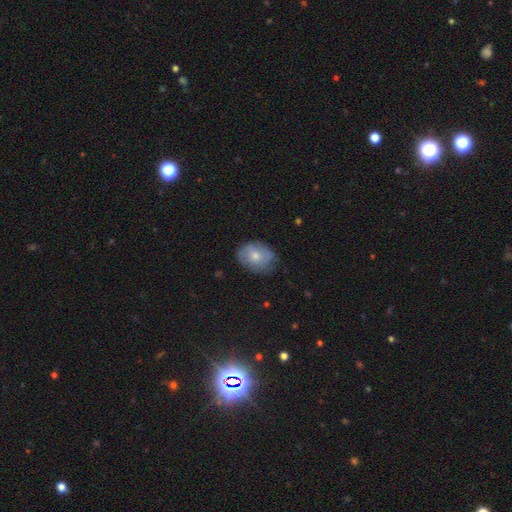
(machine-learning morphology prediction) A smooth galaxy with no disk features (63%) that is in between round and cigar-shaped (61%).

Vote fractions:
- Smooth or featured? smooth: 63% / featured or disk: 30% / star or artifact: 7%
- How rounded? in between: 61% / round: 37% / cigar-shaped: 1%
- Merging? none: 69% / minor disturbance: 24% / major disturbance: 6% / merger: 1%